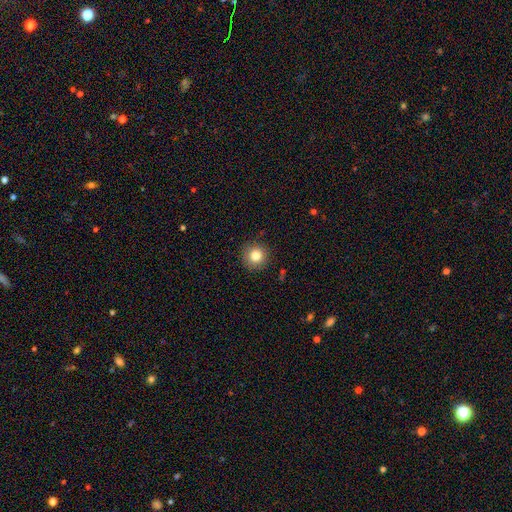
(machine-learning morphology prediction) This is clearly a smooth galaxy (82%). How rounded: clearly round (95%). Merging: clearly none (89%).